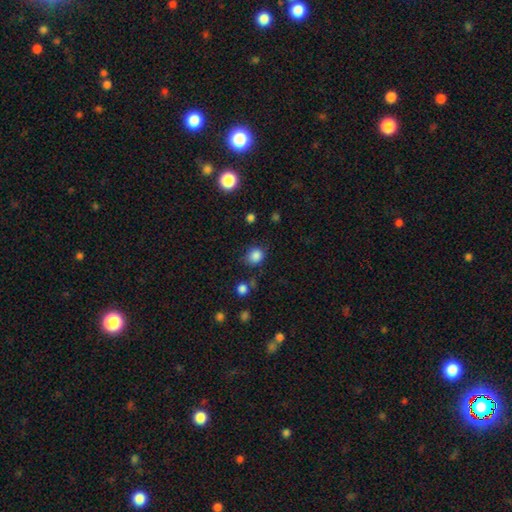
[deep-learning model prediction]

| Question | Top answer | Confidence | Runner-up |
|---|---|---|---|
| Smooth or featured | smooth | 84% | star or artifact (12%) |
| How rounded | round | 72% | in between (27%) |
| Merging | none | 74% | minor disturbance (17%) |